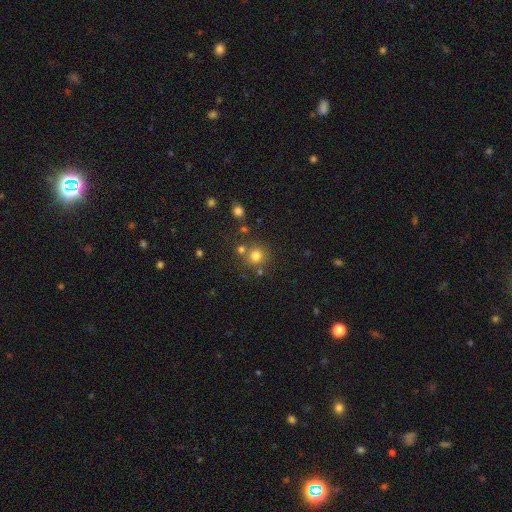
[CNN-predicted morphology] The model was most divided on "merging": none: 74%, merger: 15%, minor disturbance: 9%, major disturbance: 3%. More confident: how rounded — round (92%); smooth or featured — smooth (76%).